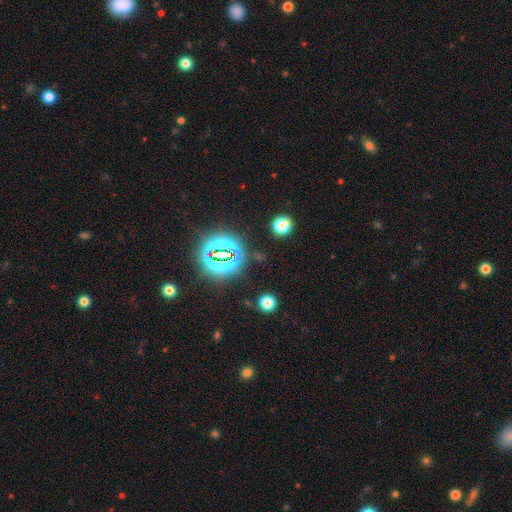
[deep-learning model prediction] smooth-or-featured: star or artifact: 68% | smooth: 24% | featured or disk: 8%